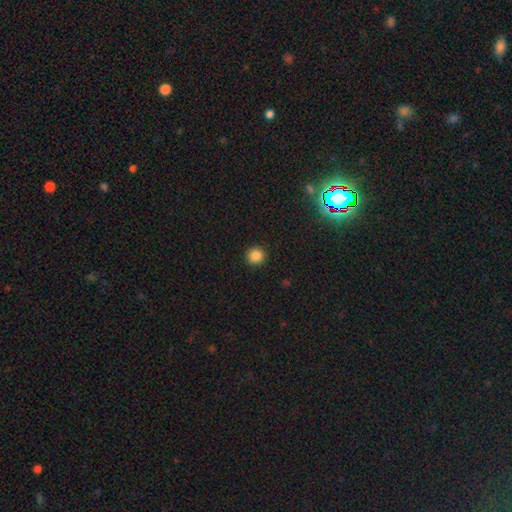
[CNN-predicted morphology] smooth-or-featured: smooth: 85% | star or artifact: 11% | featured or disk: 3%
  how-rounded: round: 94% | in between: 5% | cigar-shaped: 1%
  merging: none: 91% | minor disturbance: 6% | major disturbance: 2% | merger: 1%